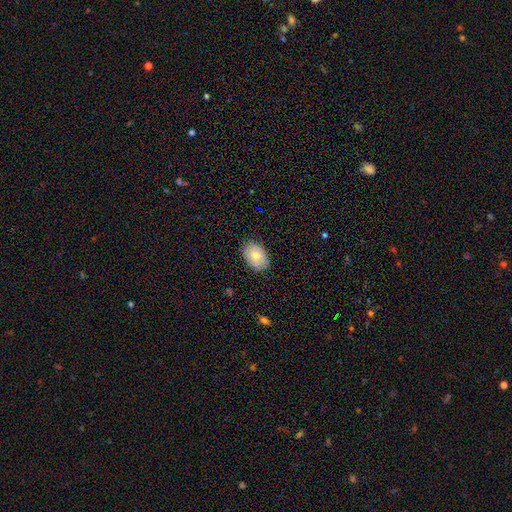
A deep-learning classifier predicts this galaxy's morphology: Smooth or featured? Predicted: smooth (p=0.73). How rounded? Predicted: in between (p=0.86). Merging? Predicted: none (p=0.84).